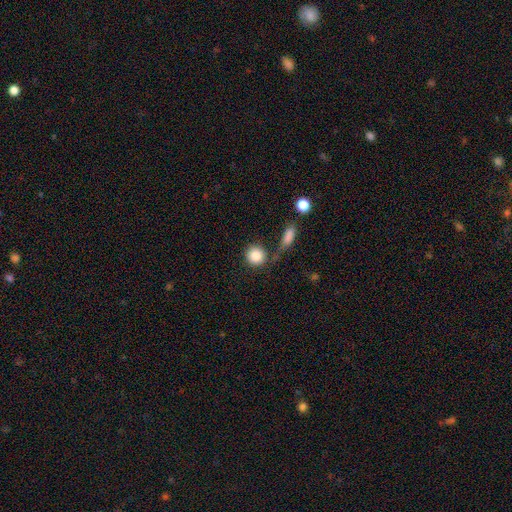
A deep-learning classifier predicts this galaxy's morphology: The model was most divided on "merging": none: 64%, merger: 16%, minor disturbance: 12%, major disturbance: 7%. More confident: how rounded — round (90%); smooth or featured — smooth (86%).